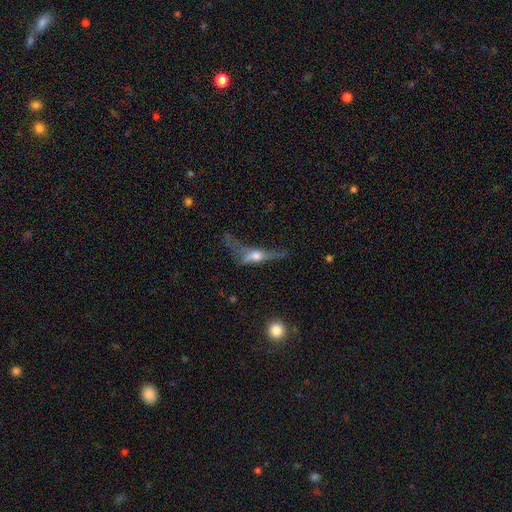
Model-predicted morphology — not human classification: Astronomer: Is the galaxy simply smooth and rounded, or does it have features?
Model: featured or disk — 54% (runner-up: smooth, 36%).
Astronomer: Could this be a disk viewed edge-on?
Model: yes — 71%.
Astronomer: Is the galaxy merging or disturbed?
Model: major disturbance — 43% (runner-up: none, 29%).